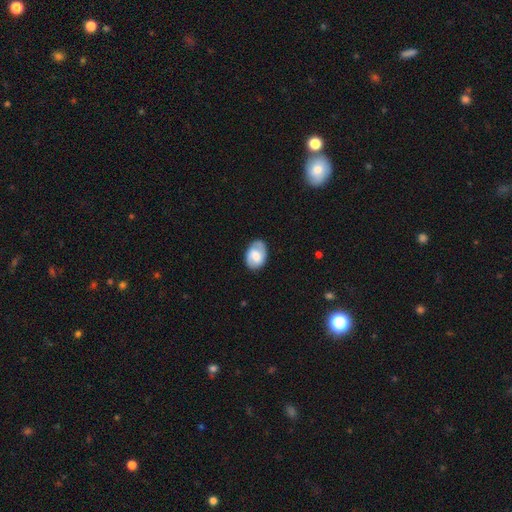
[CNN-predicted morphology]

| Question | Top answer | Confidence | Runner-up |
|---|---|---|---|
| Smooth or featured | smooth | 48% | featured or disk (45%) |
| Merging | none | 76% | minor disturbance (18%) |